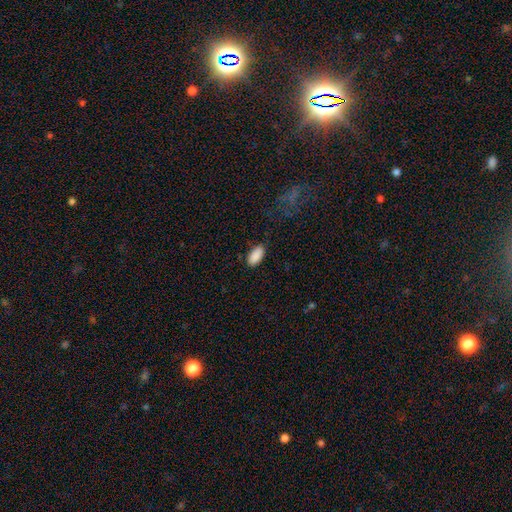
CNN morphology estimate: smooth_or_featured: smooth (p=0.90) [alt: star or artifact p=0.07]
how_rounded: in between (p=0.93) [alt: cigar-shaped p=0.04]
merging: none (p=0.84) [alt: minor disturbance p=0.12]